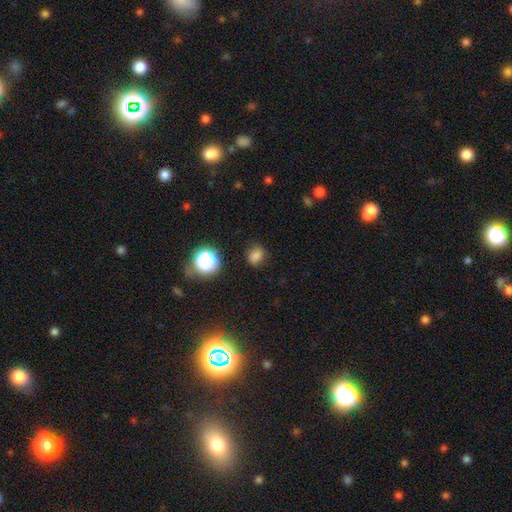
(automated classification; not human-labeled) The model was most divided on "how rounded": round: 65%, in between: 34%, cigar-shaped: 1%. More confident: merging — none (78%); smooth or featured — smooth (77%).